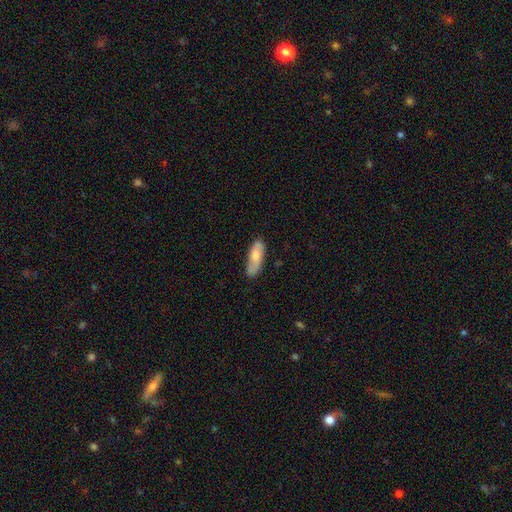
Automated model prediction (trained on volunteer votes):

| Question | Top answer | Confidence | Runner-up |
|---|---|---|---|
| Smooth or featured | smooth | 67% | featured or disk (28%) |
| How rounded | in between | 61% | cigar-shaped (36%) |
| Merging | none | 74% | minor disturbance (20%) |